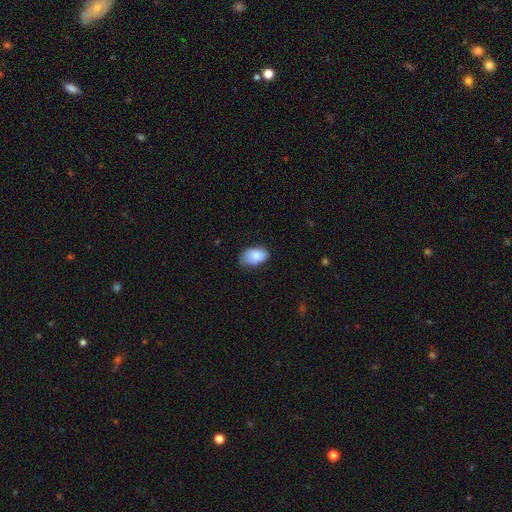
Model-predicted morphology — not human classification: smooth_or_featured: smooth (p=0.85) [alt: featured or disk p=0.08]
how_rounded: in between (p=0.91) [alt: round p=0.08]
merging: none (p=0.68) [alt: minor disturbance p=0.26]